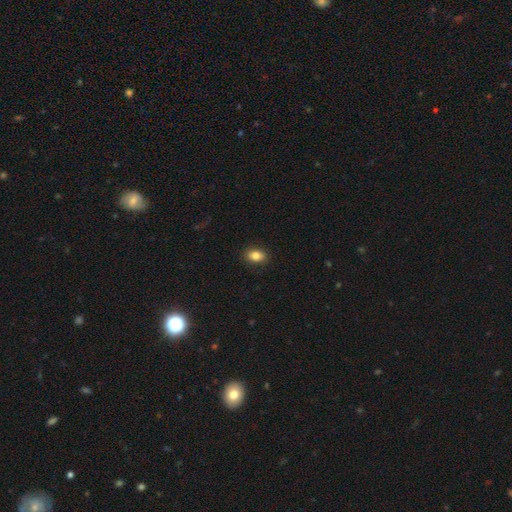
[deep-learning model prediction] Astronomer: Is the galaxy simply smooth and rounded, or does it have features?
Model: smooth — 84%.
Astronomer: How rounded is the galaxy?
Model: in between — 82%.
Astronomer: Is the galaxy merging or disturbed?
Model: none — 89%.